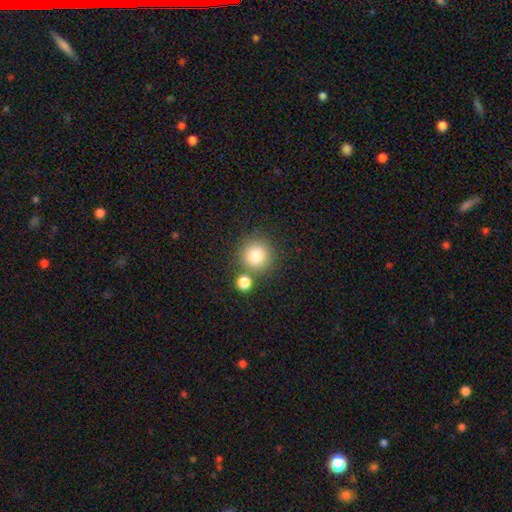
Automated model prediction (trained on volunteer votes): Smooth or featured?
  - smooth: 82% *
  - star or artifact: 11%
  - featured or disk: 8%
How rounded?
  - round: 93% *
  - in between: 6%
  - cigar-shaped: 1%
Merging?
  - none: 74% *
  - merger: 15%
  - minor disturbance: 8%
  - major disturbance: 3%